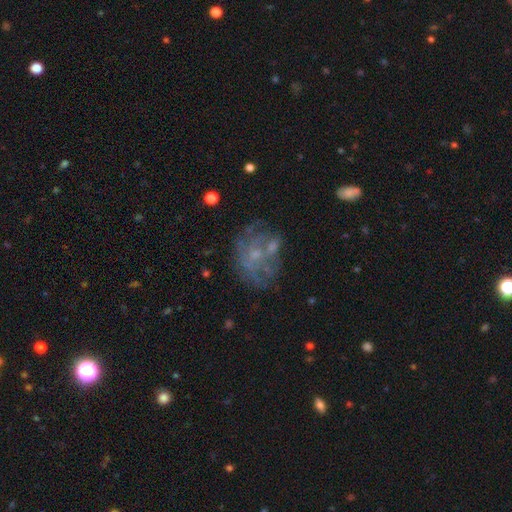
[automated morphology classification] smooth-or-featured: featured or disk: 60% | smooth: 26% | star or artifact: 14%
  disk-edge-on: no: 97% | yes: 3%
    bar: no: 83% | weak: 14% | strong: 3%
    has-spiral-arms: no: 66% | yes: 34%
    bulge-size: small: 58% | moderate: 21% | none: 18% | large: 2% | dominant: 1%
  merging: none: 47% | major disturbance: 20% | minor disturbance: 20% | merger: 14%